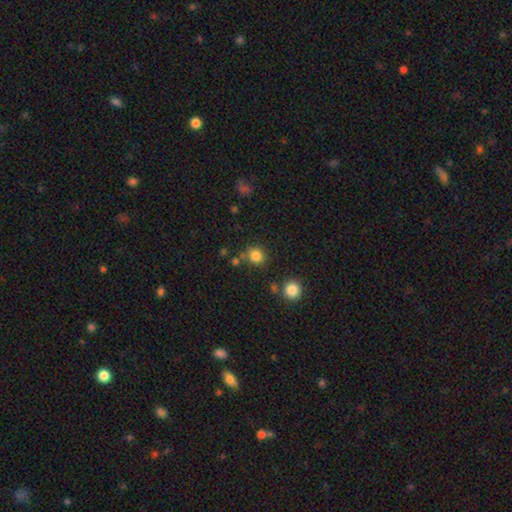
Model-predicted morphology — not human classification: A smooth galaxy with no disk features (83%) that is round (86%). Merging: none (76%).